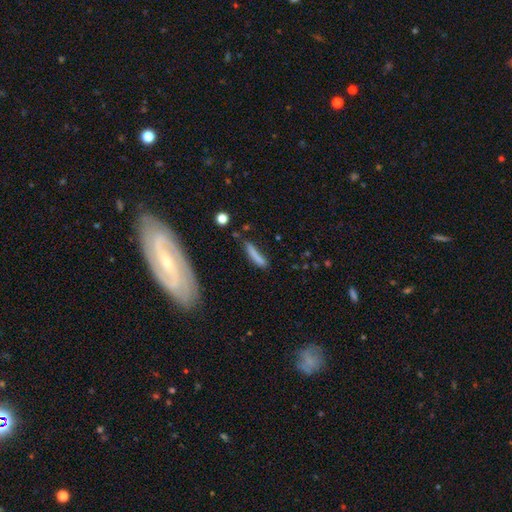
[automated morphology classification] Q: Smooth or featured?
A: smooth (75%); runner-up: featured or disk (17%)
Q: How rounded?
A: cigar-shaped (85%); runner-up: in between (13%)
Q: Merging?
A: none (60%); runner-up: minor disturbance (25%)